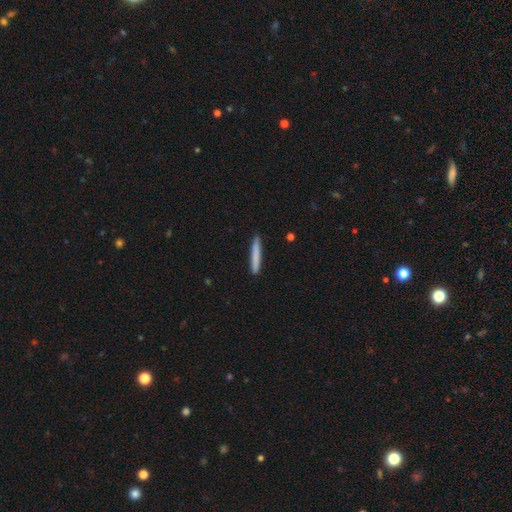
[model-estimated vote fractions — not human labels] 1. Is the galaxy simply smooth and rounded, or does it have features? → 79% smooth, 15% featured or disk, 6% star or artifact.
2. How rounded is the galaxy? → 96% cigar-shaped, 3% in between, 1% round.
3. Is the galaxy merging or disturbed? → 90% none, 7% minor disturbance, 1% major disturbance, 1% merger.